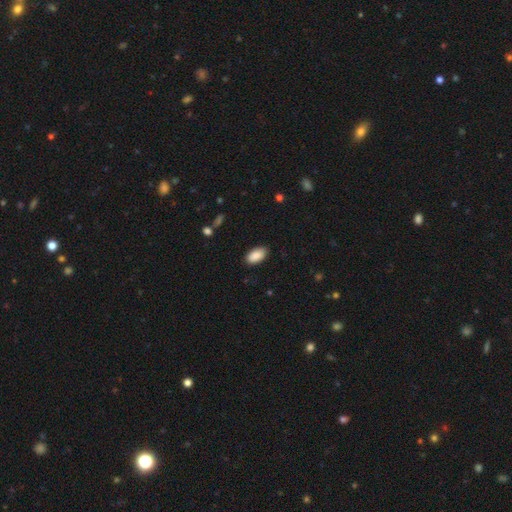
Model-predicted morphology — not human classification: Smooth or featured?
  - smooth: 90% *
  - star or artifact: 6%
  - featured or disk: 4%
How rounded?
  - in between: 95% *
  - round: 3%
  - cigar-shaped: 2%
Merging?
  - none: 87% *
  - minor disturbance: 10%
  - major disturbance: 2%
  - merger: 1%